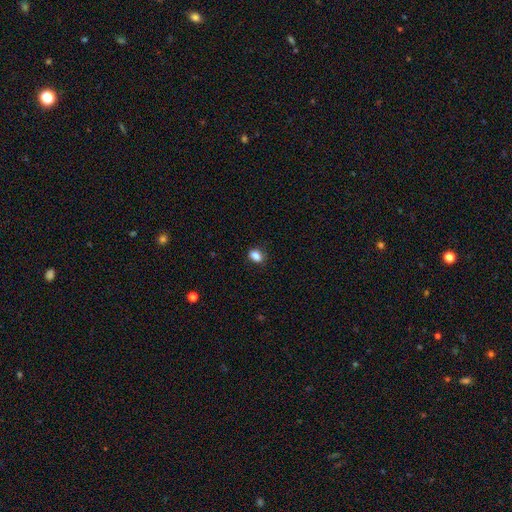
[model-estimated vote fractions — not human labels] Overall: smooth (86%). How rounded: in between (78%). Merging: none (84%).